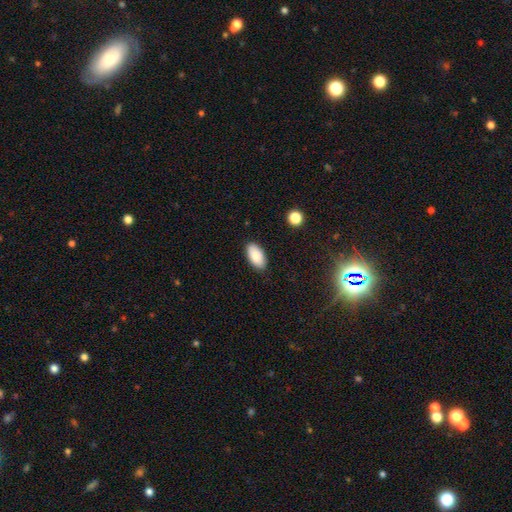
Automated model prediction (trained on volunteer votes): This appears to be a smooth galaxy with no disk features (87%) that is in between round and cigar-shaped (94%). Merging: none (88%).